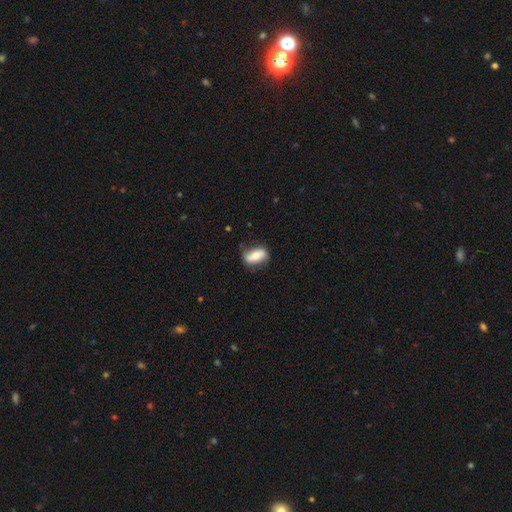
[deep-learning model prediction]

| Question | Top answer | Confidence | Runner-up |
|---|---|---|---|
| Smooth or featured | smooth | 60% | featured or disk (33%) |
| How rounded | in between | 81% | cigar-shaped (12%) |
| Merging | none | 67% | minor disturbance (24%) |